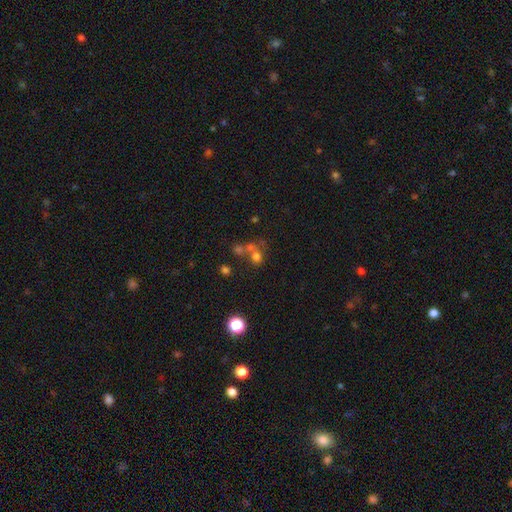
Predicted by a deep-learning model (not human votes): Morphology: type=smooth (60%); roundness=round (76%); merging=merger (43%).